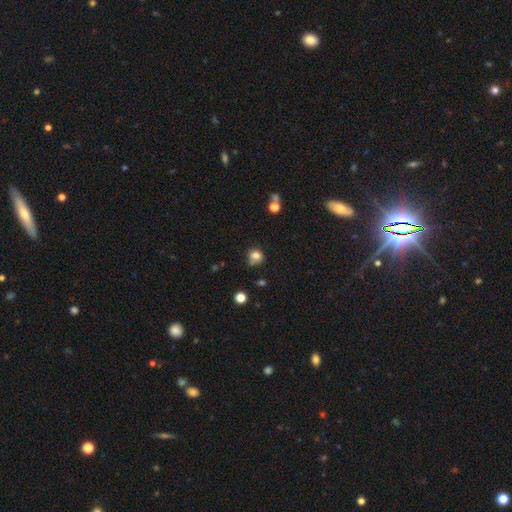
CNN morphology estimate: type=smooth (79%); roundness=round (80%); merging=none (58%).